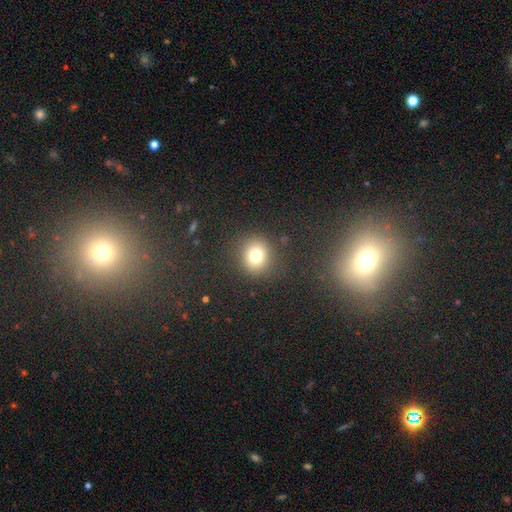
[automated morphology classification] Smooth or featured: smooth — 77% (star or artifact — 15%)
How rounded: round — 85% (in between — 14%)
Merging: none — 87% (minor disturbance — 8%)